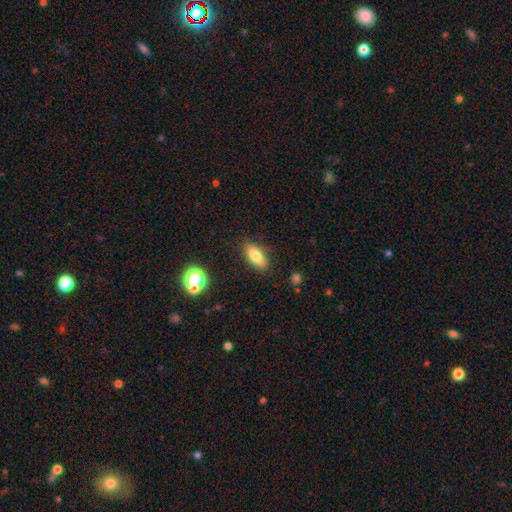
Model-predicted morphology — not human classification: This appears to be a smooth galaxy with no disk features (78%) that is in between round and cigar-shaped (81%). Merging: none (84%).